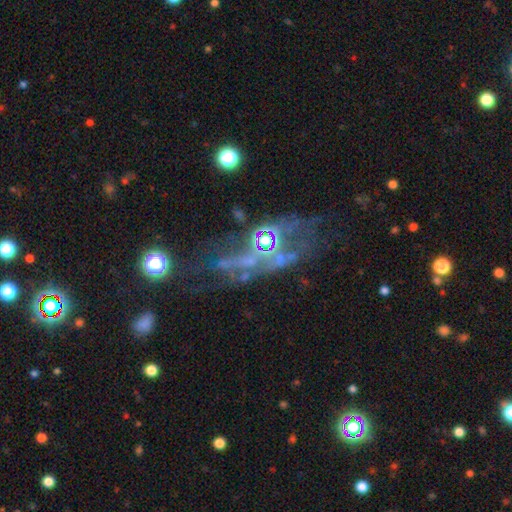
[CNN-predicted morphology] smooth_or_featured: featured or disk (p=0.59) [alt: star or artifact p=0.24]
disk_edge_on: no (p=0.76) [alt: yes p=0.24]
merging: none (p=0.39) [alt: major disturbance p=0.25]